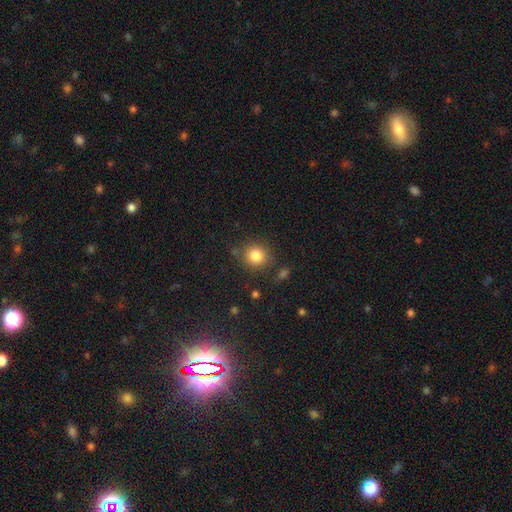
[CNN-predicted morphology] smooth_or_featured: smooth (p=0.83) [alt: star or artifact p=0.11]
how_rounded: round (p=0.87) [alt: in between p=0.12]
merging: none (p=0.80) [alt: minor disturbance p=0.11]